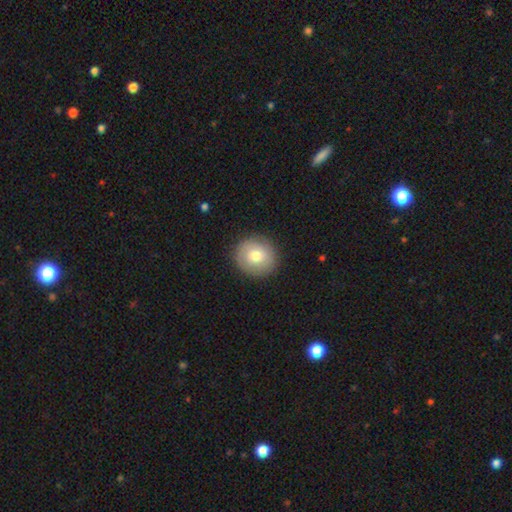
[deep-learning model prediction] Smooth or featured: smooth — 72% (featured or disk — 20%)
How rounded: round — 87% (in between — 12%)
Merging: none — 89% (minor disturbance — 8%)